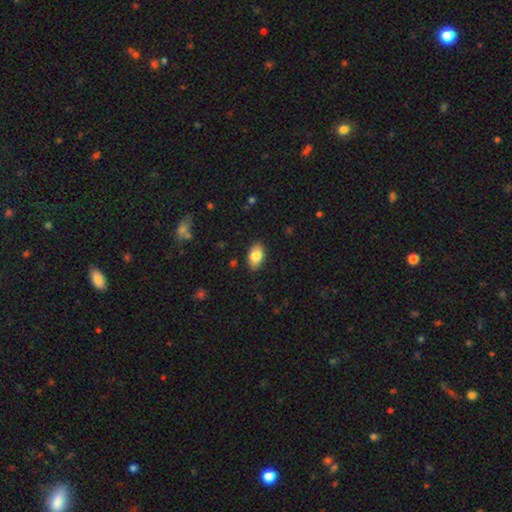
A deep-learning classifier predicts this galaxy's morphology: The model was most divided on "smooth or featured": smooth: 83%, featured or disk: 10%, star or artifact: 7%. More confident: how rounded — in between (91%); merging — none (87%).